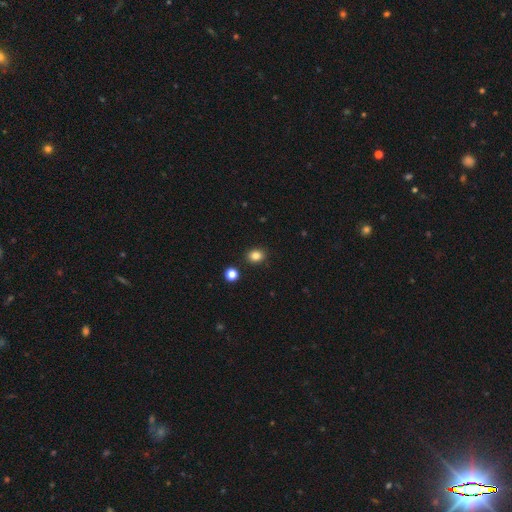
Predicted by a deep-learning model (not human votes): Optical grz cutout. It shows a smooth galaxy with no disk features (84%) that is round (59%). Merging: none (88%).